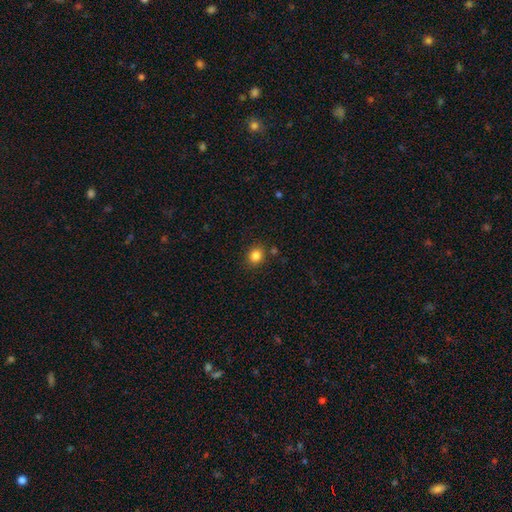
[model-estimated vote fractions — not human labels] Smooth or featured: smooth — 84% (star or artifact — 11%)
How rounded: round — 76% (in between — 23%)
Merging: none — 85% (minor disturbance — 9%)